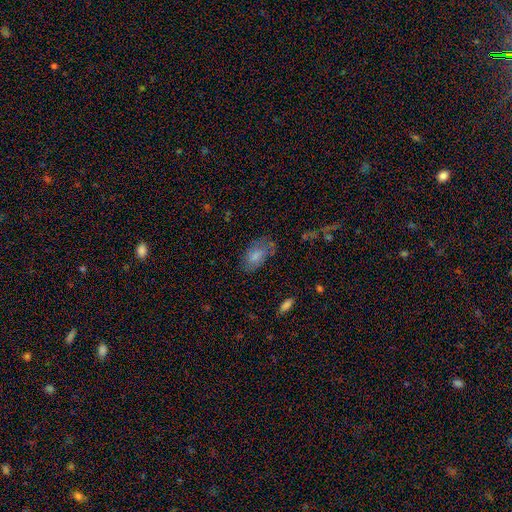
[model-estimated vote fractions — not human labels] Overall: smooth (73%). How rounded: in between (93%). Merging: none (62%; minor disturbance 25%).